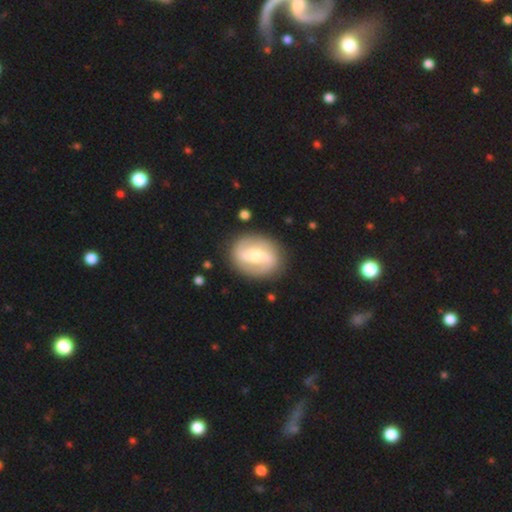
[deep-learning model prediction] smooth_or_featured: featured or disk (p=0.73) [alt: smooth p=0.22]
disk_edge_on: no (p=0.95) [alt: yes p=0.05]
bar: strong (p=0.57) [alt: weak p=0.29]
has_spiral_arms: yes (p=0.76) [alt: no p=0.24]
spiral_winding: medium (p=0.38) [alt: loose p=0.36]
spiral_arm_count: 2 (p=0.89) [alt: can't tell p=0.06]
bulge_size: moderate (p=0.58) [alt: small p=0.28]
merging: none (p=0.86) [alt: minor disturbance p=0.09]